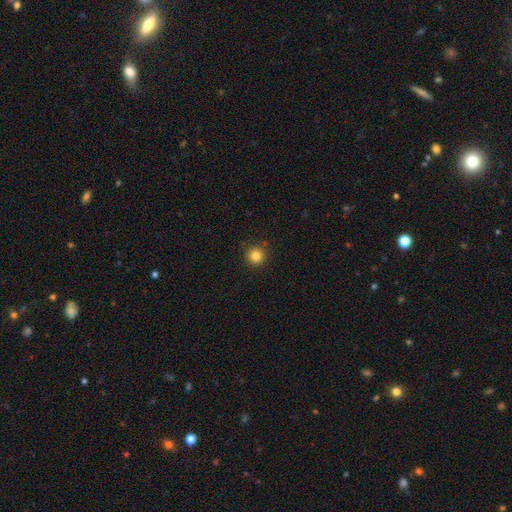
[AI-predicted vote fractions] Smooth or featured?
  - smooth: 83% *
  - star or artifact: 12%
  - featured or disk: 5%
How rounded?
  - round: 96% *
  - in between: 3%
  - cigar-shaped: 1%
Merging?
  - none: 91% *
  - minor disturbance: 6%
  - major disturbance: 2%
  - merger: 1%